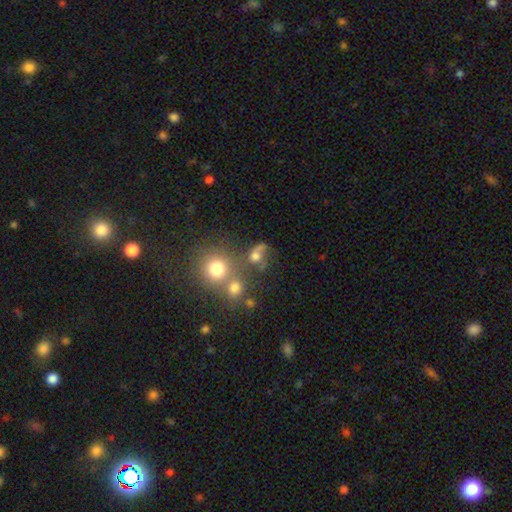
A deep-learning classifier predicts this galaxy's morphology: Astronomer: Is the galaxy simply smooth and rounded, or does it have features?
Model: smooth — 61%.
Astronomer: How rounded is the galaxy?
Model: round — 65%.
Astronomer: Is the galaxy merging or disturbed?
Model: none — 35% (runner-up: merger, 32%).